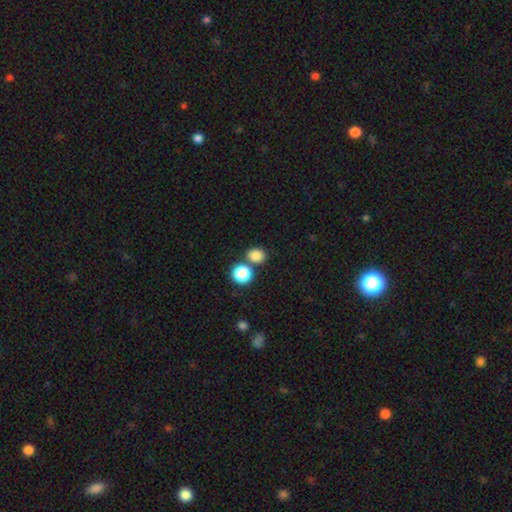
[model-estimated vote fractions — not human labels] Smooth or featured: smooth — 82% (star or artifact — 13%)
How rounded: round — 70% (in between — 29%)
Merging: none — 70% (merger — 19%)